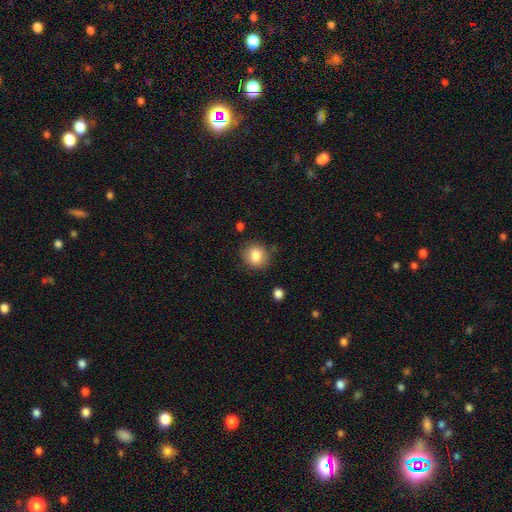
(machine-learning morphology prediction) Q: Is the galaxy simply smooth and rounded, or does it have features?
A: smooth — 83%.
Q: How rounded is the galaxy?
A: round — 71%.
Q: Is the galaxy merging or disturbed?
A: none — 83%.